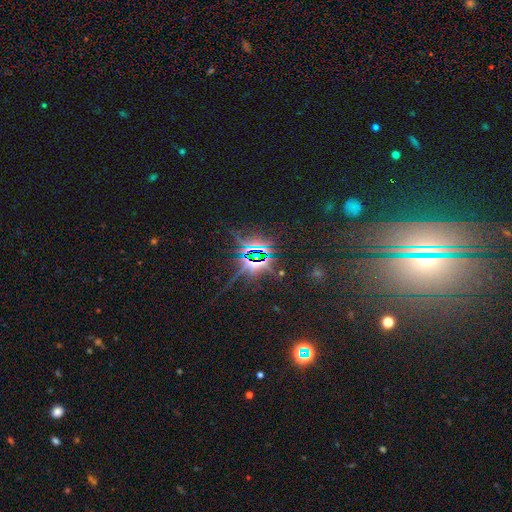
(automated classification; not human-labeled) Overall: star or artifact (84%).